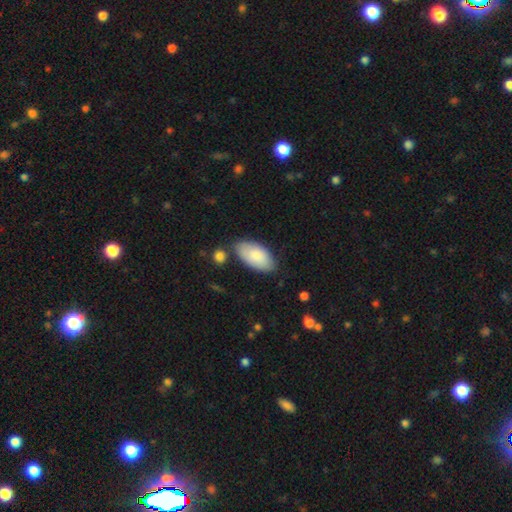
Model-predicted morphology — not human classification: This appears to be a smooth galaxy with no disk features (82%) that is in between round and cigar-shaped (95%). Merging: none (73%).